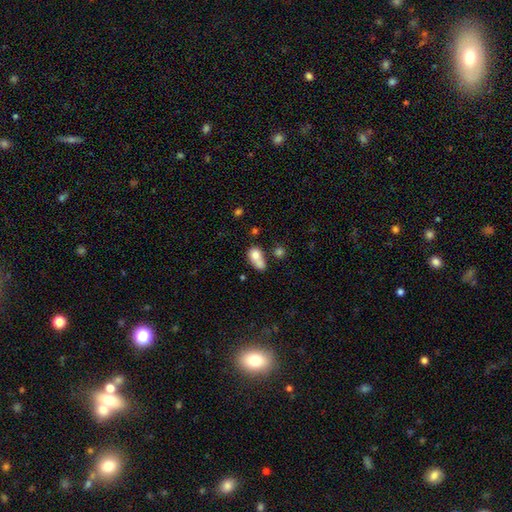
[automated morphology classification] Q: Smooth or featured?
A: smooth (73%); runner-up: featured or disk (17%)
Q: How rounded?
A: in between (70%); runner-up: round (27%)
Q: Merging?
A: merger (50%); runner-up: none (24%)